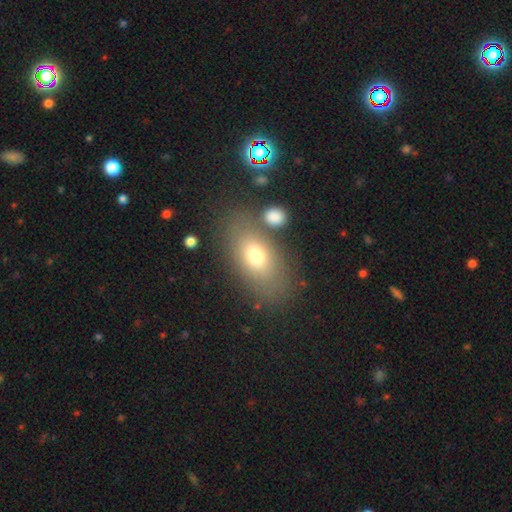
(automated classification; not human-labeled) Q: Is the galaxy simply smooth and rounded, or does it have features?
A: smooth — 71%.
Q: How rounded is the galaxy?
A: in between — 86%.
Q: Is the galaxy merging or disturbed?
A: none — 74%.